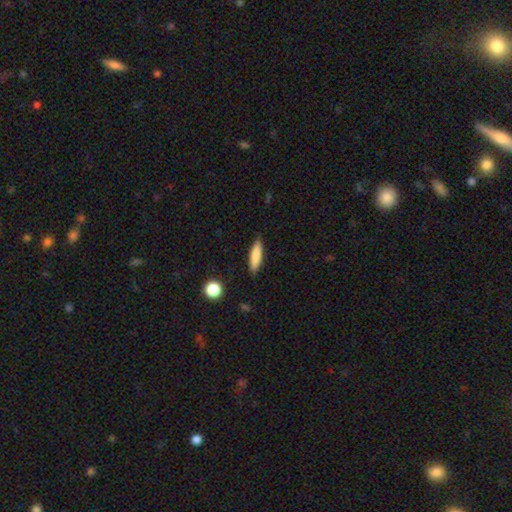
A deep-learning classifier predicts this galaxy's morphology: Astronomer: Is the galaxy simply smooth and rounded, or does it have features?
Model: smooth — 80%.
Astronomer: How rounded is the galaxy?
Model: cigar-shaped — 75%.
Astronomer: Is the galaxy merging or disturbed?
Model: none — 86%.